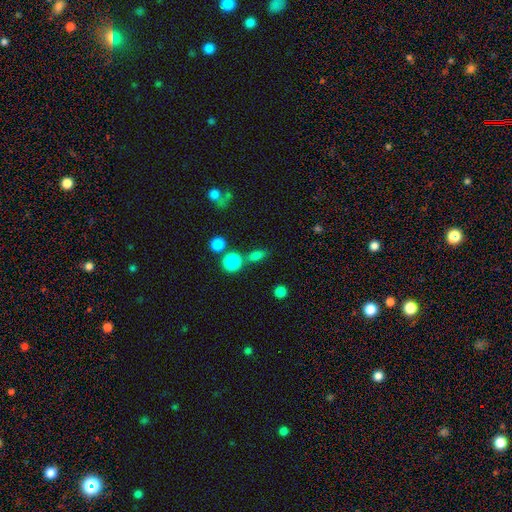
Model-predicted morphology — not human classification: Smooth or featured? smooth (79%)
How rounded? in between (56%)
Merging? none (61%)